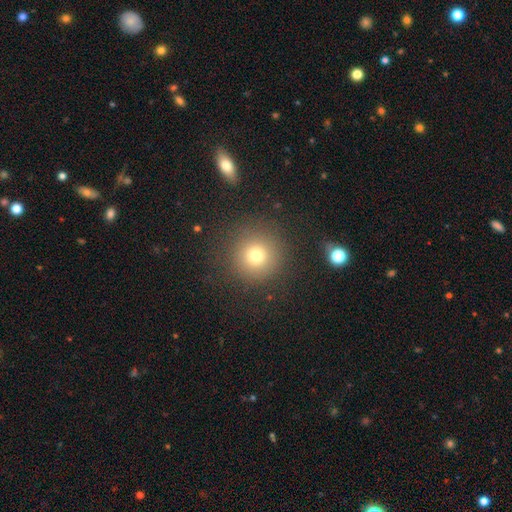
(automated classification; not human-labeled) Smooth or featured? smooth (74%)
How rounded? round (95%)
Merging? none (88%)